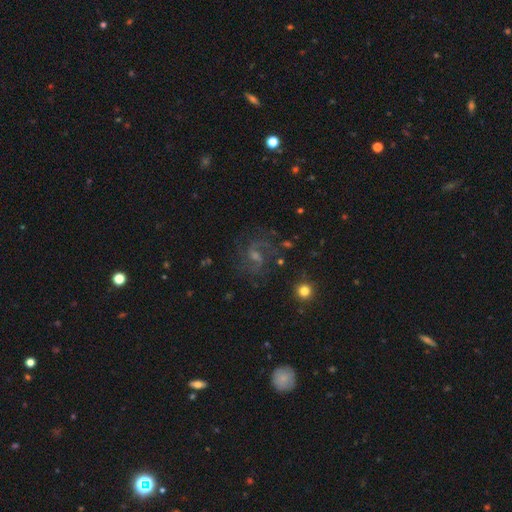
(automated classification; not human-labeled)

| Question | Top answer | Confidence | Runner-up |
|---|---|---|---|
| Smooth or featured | featured or disk | 78% | star or artifact (13%) |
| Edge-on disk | no | 98% | yes (2%) |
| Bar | weak | 58% | no (27%) |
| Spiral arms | yes | 95% | no (5%) |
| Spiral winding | medium | 56% | loose (24%) |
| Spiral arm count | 2 | 75% | can't tell (10%) |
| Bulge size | small | 44% | moderate (40%) |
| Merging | none | 73% | minor disturbance (14%) |